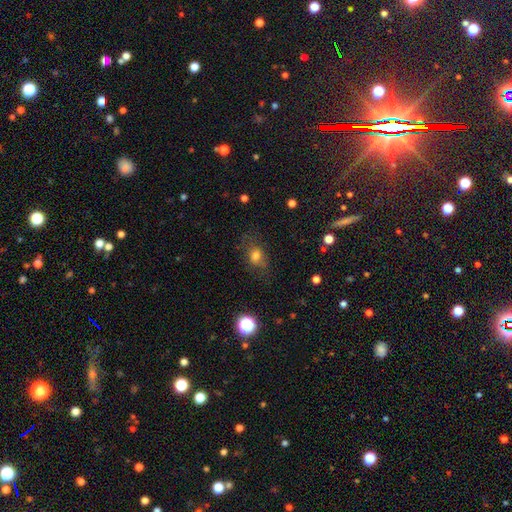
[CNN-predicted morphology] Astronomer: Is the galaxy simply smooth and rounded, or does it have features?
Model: smooth — 69%.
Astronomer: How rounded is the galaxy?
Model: in between — 63%.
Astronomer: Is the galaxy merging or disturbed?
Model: none — 64%.